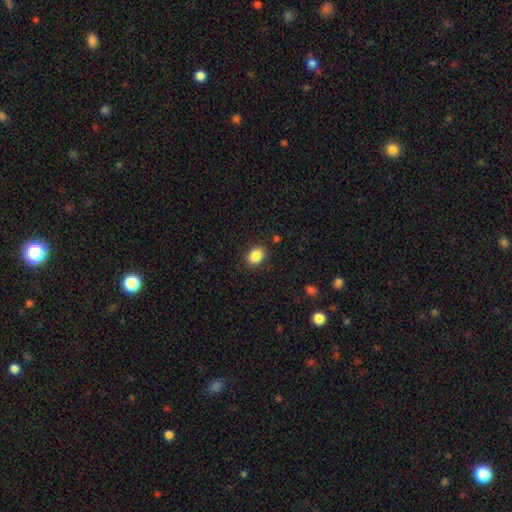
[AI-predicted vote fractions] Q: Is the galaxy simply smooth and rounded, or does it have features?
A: smooth — 87%.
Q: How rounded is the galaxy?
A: in between — 65%.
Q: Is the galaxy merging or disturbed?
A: none — 88%.